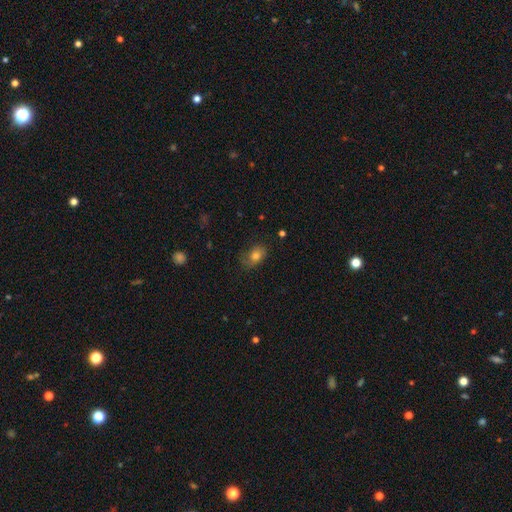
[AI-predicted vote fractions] Smooth or featured: smooth — 77% (featured or disk — 13%)
How rounded: in between — 77% (round — 22%)
Merging: none — 69% (minor disturbance — 23%)